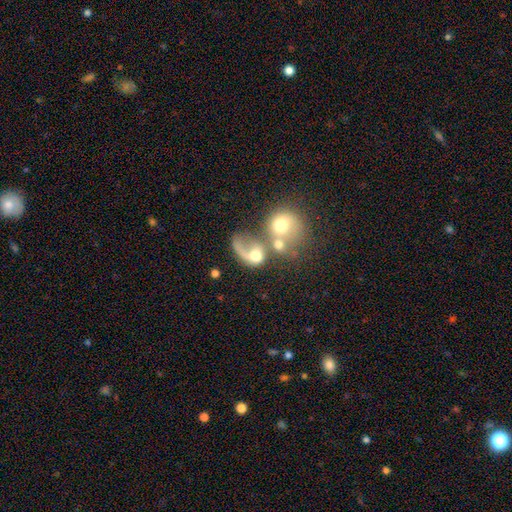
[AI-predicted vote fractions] smooth-or-featured: smooth: 47% | featured or disk: 41% | star or artifact: 11%
  merging: merger: 61% | major disturbance: 20% | none: 13% | minor disturbance: 7%